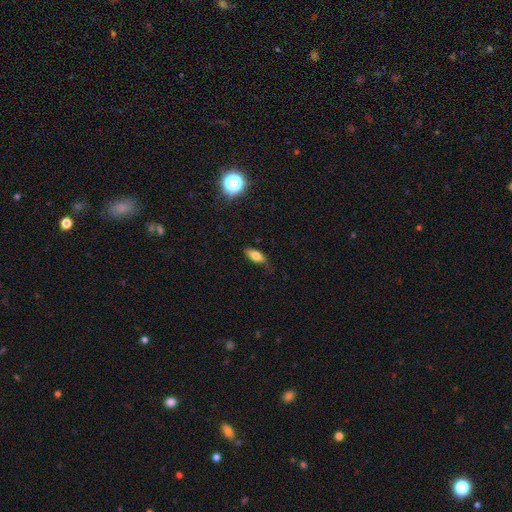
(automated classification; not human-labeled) smooth_or_featured: smooth (p=0.72) [alt: featured or disk p=0.18]
how_rounded: in between (p=0.76) [alt: cigar-shaped p=0.20]
merging: none (p=0.74) [alt: minor disturbance p=0.20]